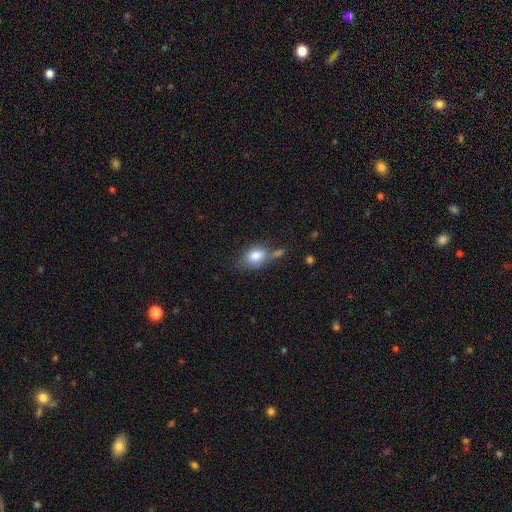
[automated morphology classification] type=smooth (80%); roundness=in between (78%); merging=none (43%).